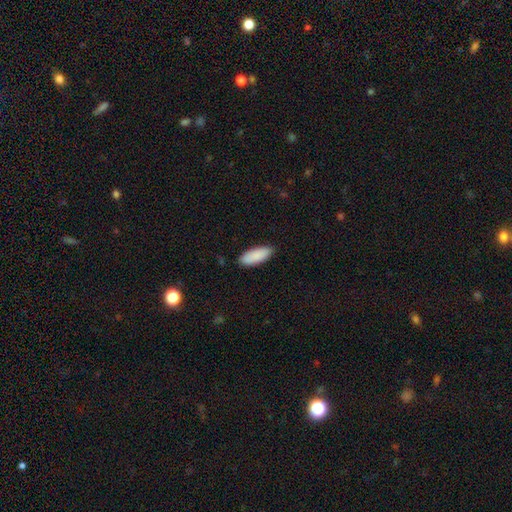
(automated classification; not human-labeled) Morphology: type=smooth (89%); roundness=in between (75%); merging=none (85%).